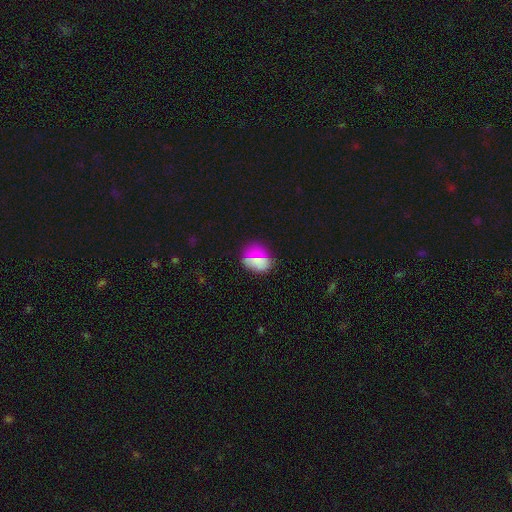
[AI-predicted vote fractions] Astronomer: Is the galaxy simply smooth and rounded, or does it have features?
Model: smooth — 69%.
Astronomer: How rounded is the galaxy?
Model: round — 68%.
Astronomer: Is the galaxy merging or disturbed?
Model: none — 83%.